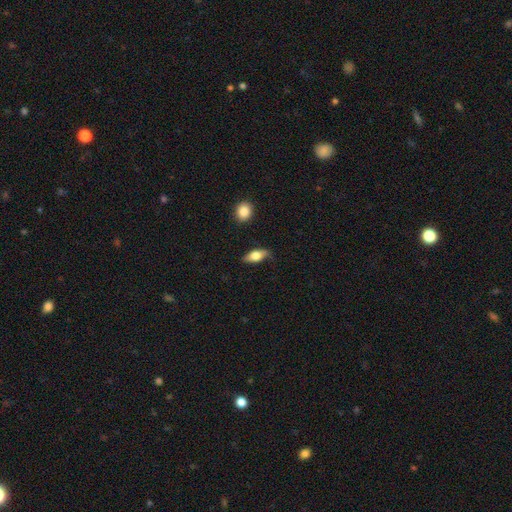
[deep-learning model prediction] Smooth or featured: smooth — 69% (featured or disk — 24%)
How rounded: in between — 82% (cigar-shaped — 13%)
Merging: none — 67% (minor disturbance — 25%)